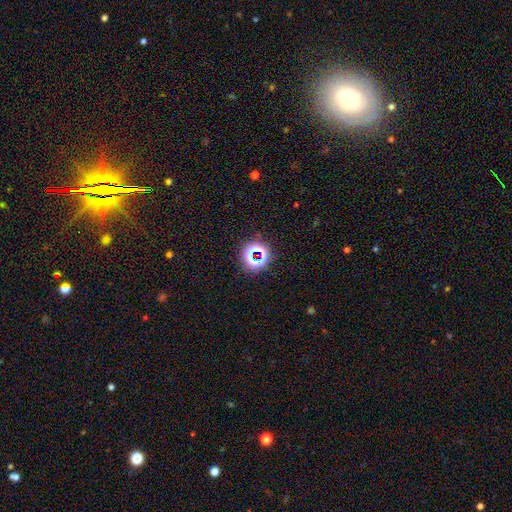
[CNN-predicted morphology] smooth_or_featured: star or artifact (p=0.63) [alt: smooth p=0.27]